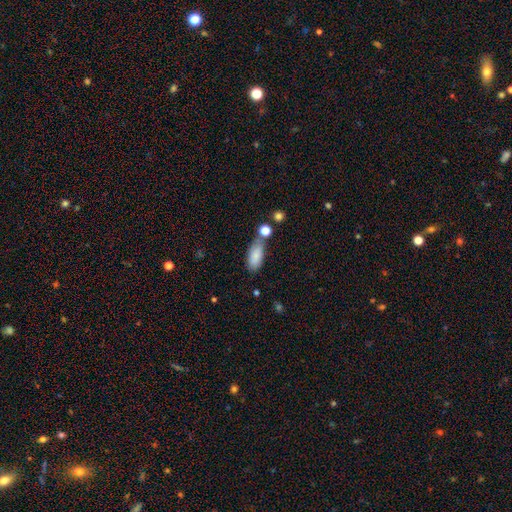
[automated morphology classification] A smooth galaxy with no disk features (84%) that is in between round and cigar-shaped (85%). Merging: none (61%).